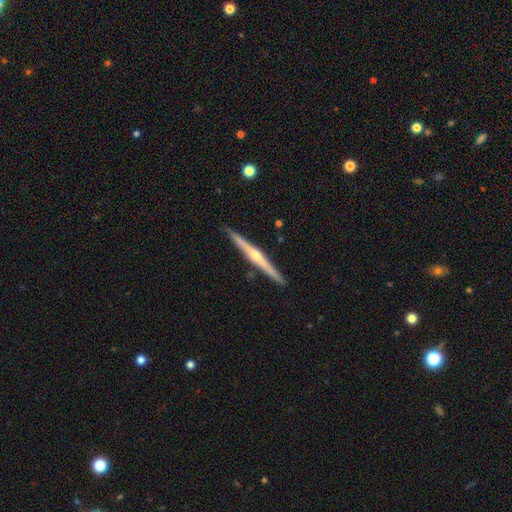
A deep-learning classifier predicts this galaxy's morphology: A featured or disk galaxy (77%) viewed edge-on (98%) with a rounded central bulge (80%). Merging: none (91%).